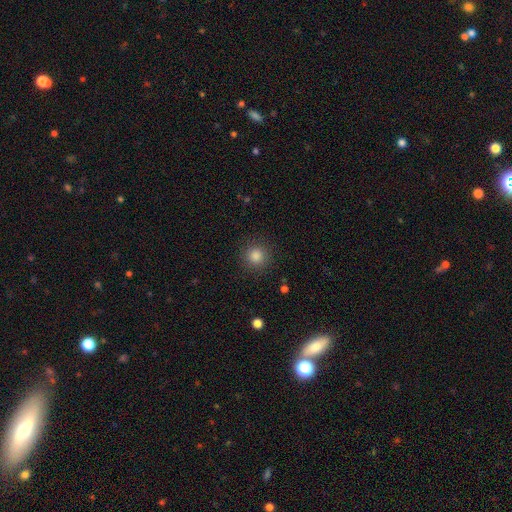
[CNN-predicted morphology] Smooth or featured? Predicted: smooth (p=0.84). How rounded? Predicted: round (p=0.94). Merging? Predicted: none (p=0.90).